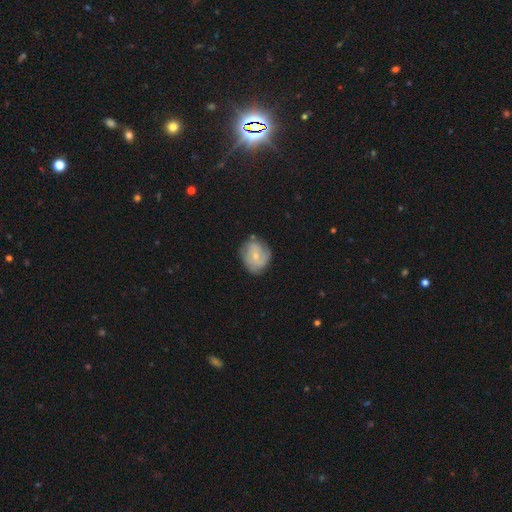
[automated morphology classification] featured or disk 62%, smooth 32%, star or artifact 7%. Down the decision tree: edge-on disk — no (98%); bar — no (70%); spiral arms — yes (84%); spiral arm count — can't tell (35%); spiral winding — tight (56%); bulge size — small (61%); merging — none (71%).